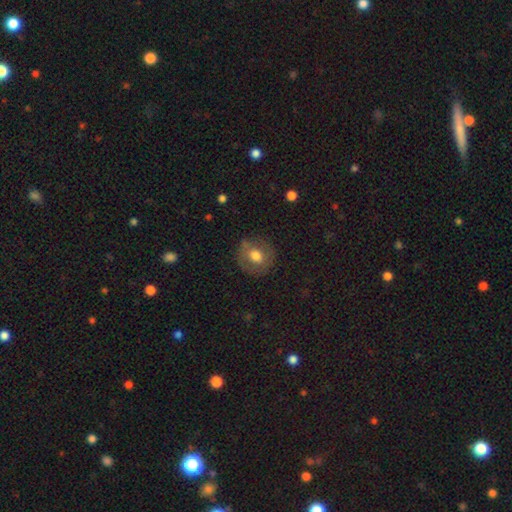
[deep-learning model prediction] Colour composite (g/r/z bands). It shows a smooth galaxy with no disk features (63%) that is round (82%). Merging: none (78%).